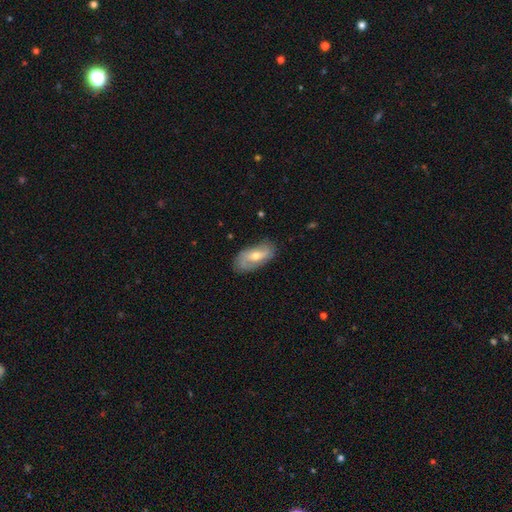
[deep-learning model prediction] Smooth or featured? Predicted: featured or disk (p=0.61). Edge-on disk? Predicted: no (p=0.90). Bar? Predicted: weak (p=0.41). Spiral arms? Predicted: yes (p=0.80). Bulge size? Predicted: moderate (p=0.66). Merging? Predicted: none (p=0.75).